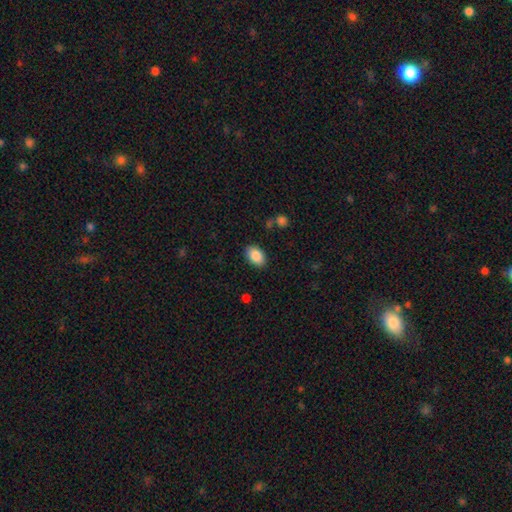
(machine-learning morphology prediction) Q: Smooth or featured?
A: smooth (87%); runner-up: star or artifact (7%)
Q: How rounded?
A: in between (87%); runner-up: round (12%)
Q: Merging?
A: none (86%); runner-up: minor disturbance (10%)